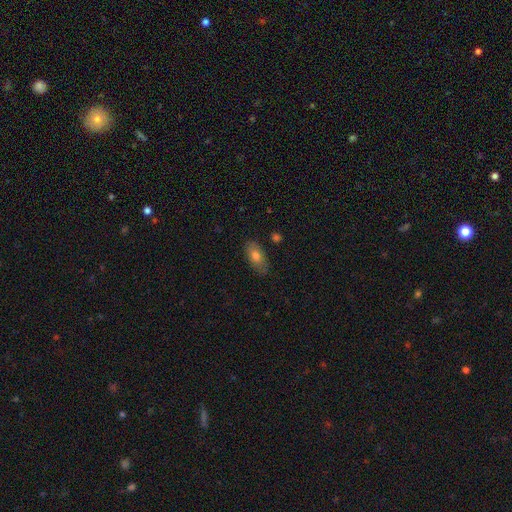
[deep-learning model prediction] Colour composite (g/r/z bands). It shows a smooth galaxy with no disk features (76%) that is in between round and cigar-shaped (90%). Merging: none (78%).